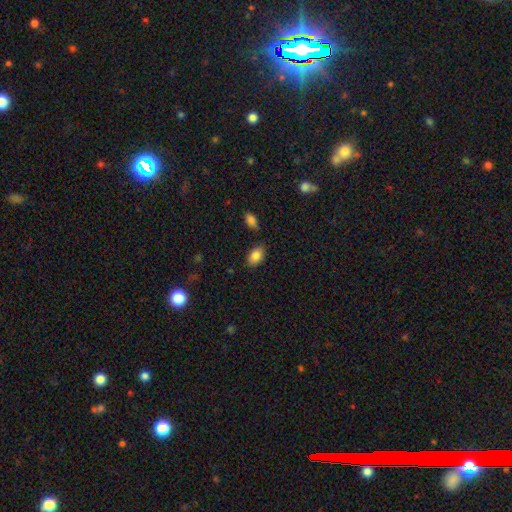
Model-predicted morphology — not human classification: Smooth or featured? Predicted: smooth (p=0.86). How rounded? Predicted: in between (p=0.88). Merging? Predicted: none (p=0.81).